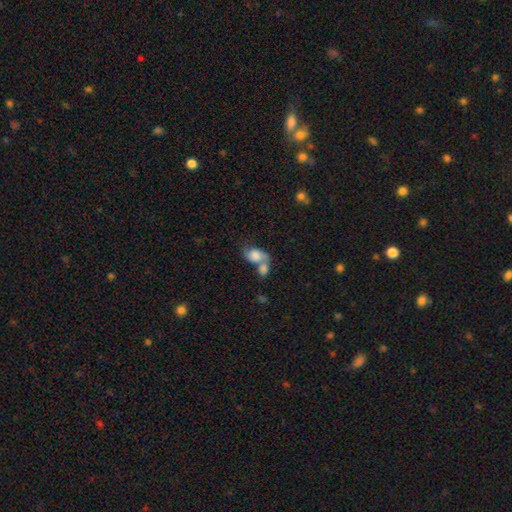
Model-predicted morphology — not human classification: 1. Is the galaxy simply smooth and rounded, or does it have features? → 61% smooth, 30% featured or disk, 9% star or artifact.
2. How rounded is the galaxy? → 73% in between, 25% round, 2% cigar-shaped.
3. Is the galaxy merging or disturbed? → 66% merger, 17% none, 9% minor disturbance, 8% major disturbance.